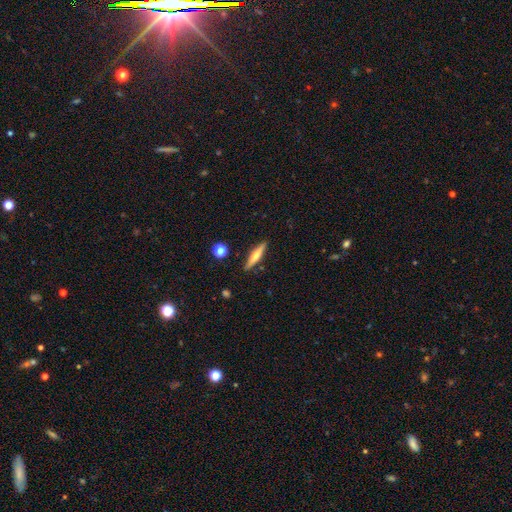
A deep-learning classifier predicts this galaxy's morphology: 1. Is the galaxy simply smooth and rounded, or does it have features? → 51% smooth, 42% featured or disk, 7% star or artifact.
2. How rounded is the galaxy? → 86% cigar-shaped, 12% in between, 2% round.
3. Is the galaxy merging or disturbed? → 88% none, 8% minor disturbance, 2% merger, 2% major disturbance.